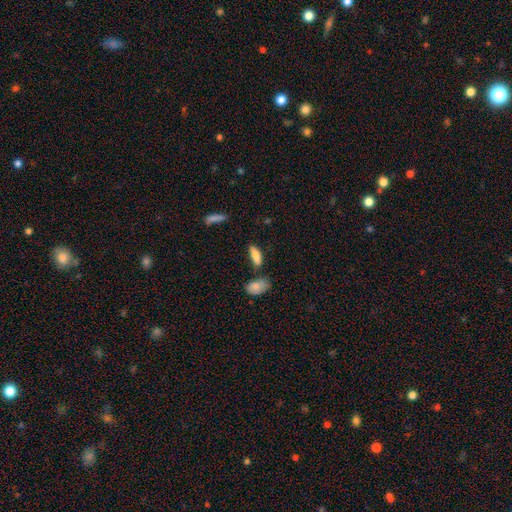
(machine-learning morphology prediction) smooth 76%, featured or disk 17%, star or artifact 7%. Down the decision tree: how rounded — in between (61%); merging — none (64%).